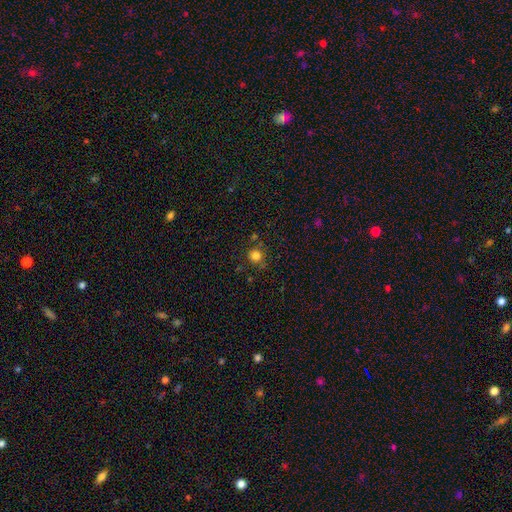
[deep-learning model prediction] Smooth or featured: smooth — 81% (star or artifact — 14%)
How rounded: round — 93% (in between — 6%)
Merging: none — 80% (minor disturbance — 10%)